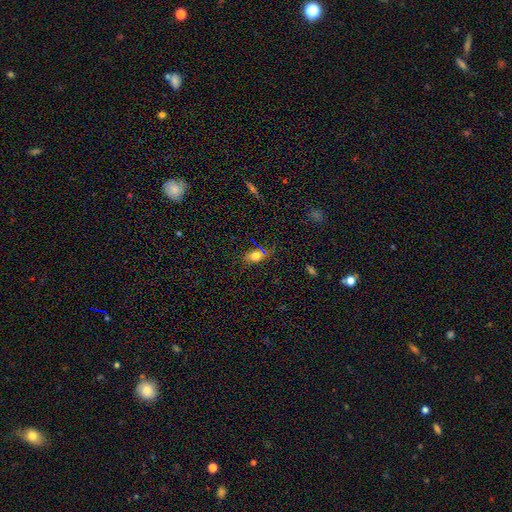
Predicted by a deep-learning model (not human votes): Smooth or featured: smooth — 68% (star or artifact — 21%)
How rounded: in between — 73% (round — 21%)
Merging: none — 73% (minor disturbance — 17%)